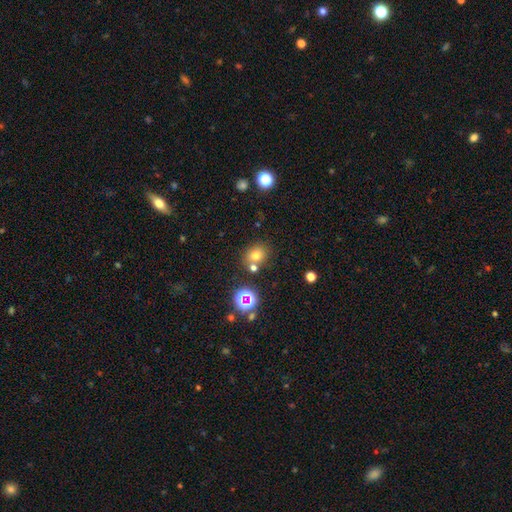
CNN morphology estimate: This is likely a smooth galaxy (70%). How rounded: likely round (67%). Merging: likely none (70%).